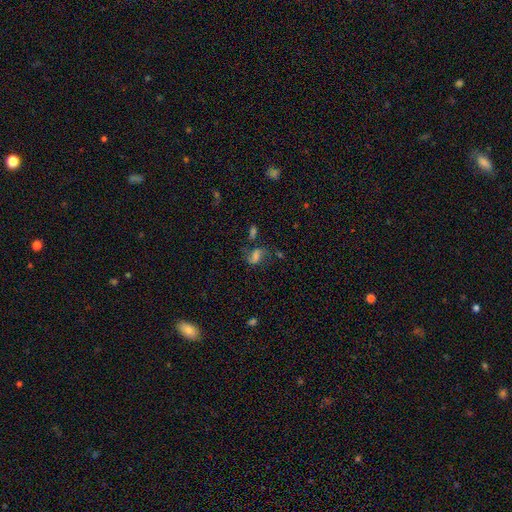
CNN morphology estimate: This appears to be a featured or disk galaxy (42%). Merging: none (50%).